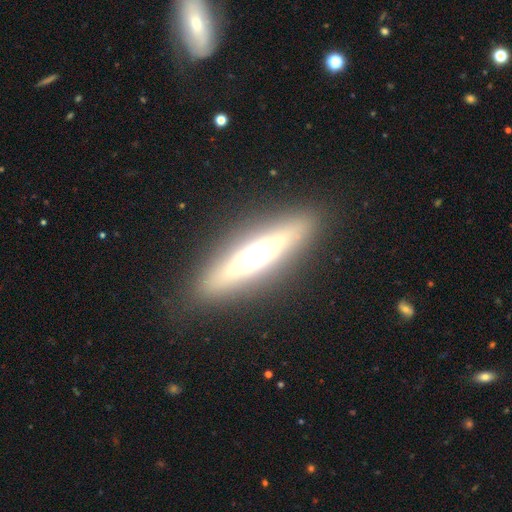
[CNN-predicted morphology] A featured or disk galaxy (66%) viewed edge-on (83%) with a rounded central bulge (82%).

Vote fractions:
- Smooth or featured? featured or disk: 66% / smooth: 27% / star or artifact: 8%
- Edge-on disk? yes: 83% / no: 17%
- Edge-on bulge? rounded: 82% / boxy: 10% / none: 7%
- Merging? none: 86% / minor disturbance: 9% / major disturbance: 3% / merger: 1%